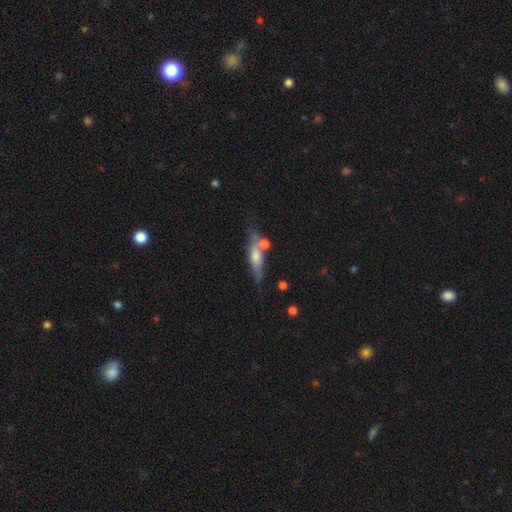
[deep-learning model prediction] featured or disk 50%, smooth 43%, star or artifact 7%. Down the decision tree: merging — none (65%).